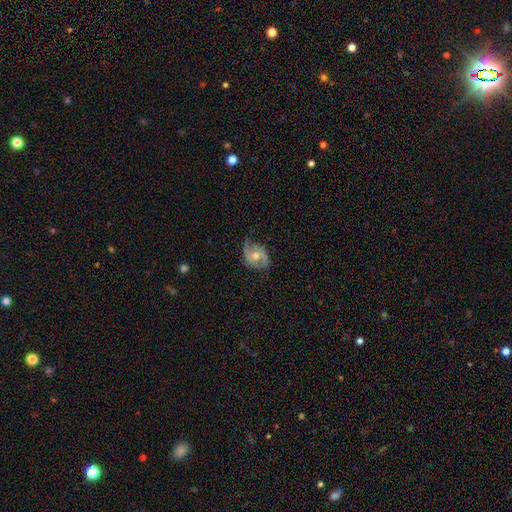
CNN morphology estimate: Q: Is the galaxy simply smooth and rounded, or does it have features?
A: featured or disk — 76%.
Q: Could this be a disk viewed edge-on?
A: no — 96%.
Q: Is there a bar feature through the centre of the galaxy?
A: no — 64%.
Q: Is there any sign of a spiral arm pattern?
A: yes — 91%.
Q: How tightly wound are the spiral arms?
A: medium — 45%.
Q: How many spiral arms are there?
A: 2 — 83%.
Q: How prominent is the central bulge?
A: moderate — 69%.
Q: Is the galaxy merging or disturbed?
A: none — 67%.